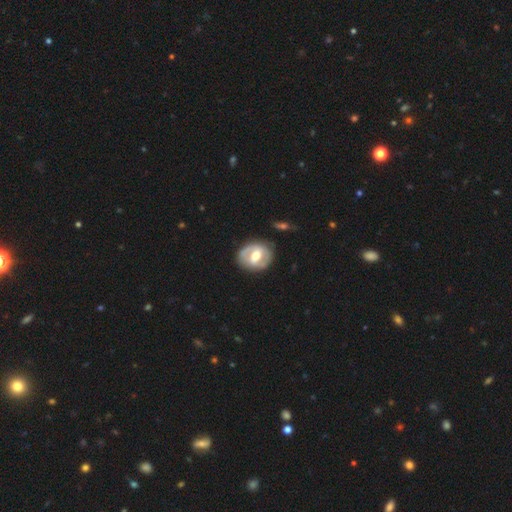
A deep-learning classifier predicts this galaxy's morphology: smooth-or-featured: featured or disk: 64% | smooth: 31% | star or artifact: 5%
  disk-edge-on: no: 96% | yes: 4%
    bar: weak: 44% | strong: 31% | no: 25%
    has-spiral-arms: yes: 57% | no: 43%
    bulge-size: moderate: 70% | large: 17% | small: 10% | dominant: 1% | none: 1%
  merging: none: 79% | minor disturbance: 14% | major disturbance: 5% | merger: 2%